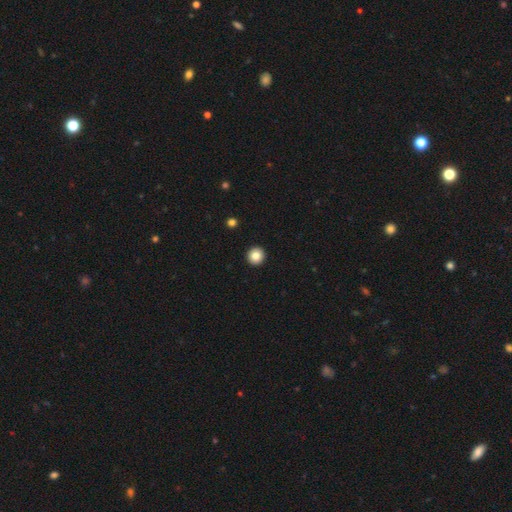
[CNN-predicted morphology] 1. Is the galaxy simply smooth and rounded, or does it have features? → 85% smooth, 9% star or artifact, 6% featured or disk.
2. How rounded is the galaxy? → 95% round, 4% in between, 1% cigar-shaped.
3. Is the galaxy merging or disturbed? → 94% none, 4% minor disturbance, 1% major disturbance, 1% merger.